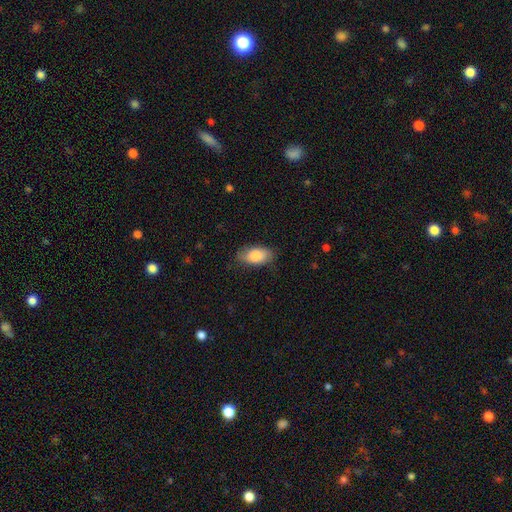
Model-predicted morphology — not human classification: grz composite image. It shows a smooth galaxy with no disk features (85%) that is in between round and cigar-shaped (92%). Merging: none (77%).